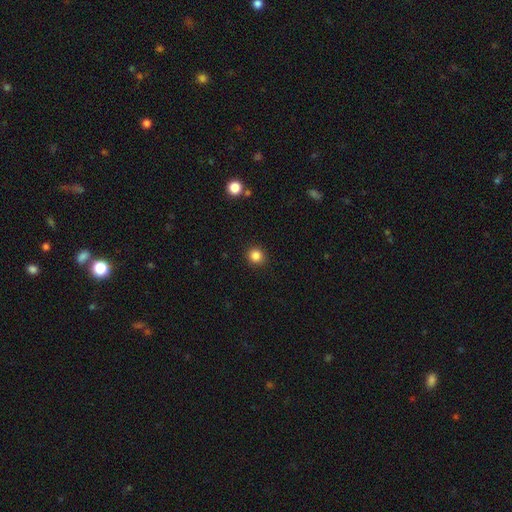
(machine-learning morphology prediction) smooth-or-featured: smooth: 84% | star or artifact: 12% | featured or disk: 4%
  how-rounded: round: 91% | in between: 8% | cigar-shaped: 1%
  merging: none: 92% | minor disturbance: 5% | major disturbance: 2% | merger: 1%